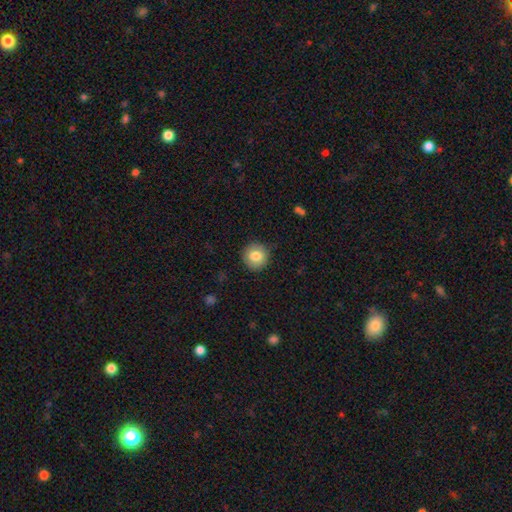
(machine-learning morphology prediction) Smooth or featured? Predicted: smooth (p=0.82). How rounded? Predicted: round (p=0.92). Merging? Predicted: none (p=0.88).